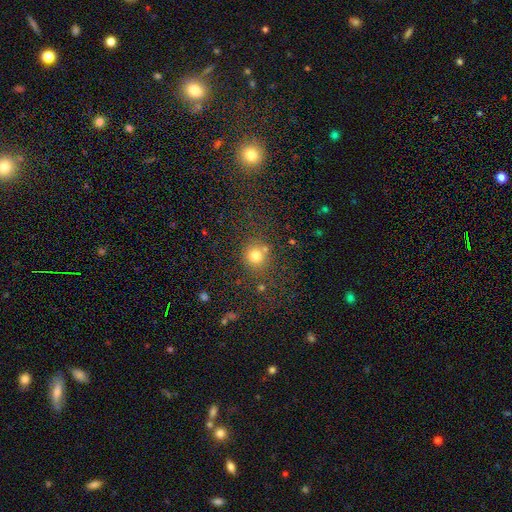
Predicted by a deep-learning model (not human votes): Smooth or featured?
  - smooth: 75% *
  - star or artifact: 17%
  - featured or disk: 8%
How rounded?
  - round: 88% *
  - in between: 11%
  - cigar-shaped: 1%
Merging?
  - none: 72% *
  - merger: 12%
  - minor disturbance: 11%
  - major disturbance: 5%